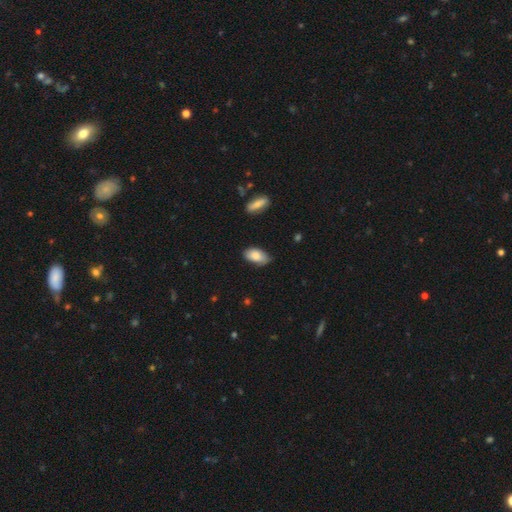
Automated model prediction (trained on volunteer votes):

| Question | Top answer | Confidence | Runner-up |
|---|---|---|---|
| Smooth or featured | smooth | 83% | featured or disk (11%) |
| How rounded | in between | 94% | round (3%) |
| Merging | none | 67% | minor disturbance (28%) |